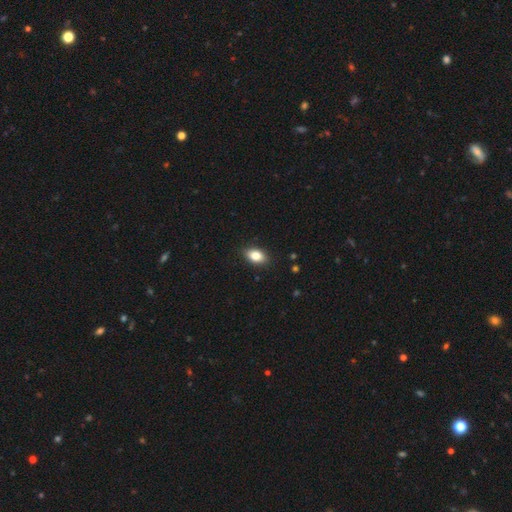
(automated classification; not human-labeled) Overall: smooth (84%). How rounded: in between (86%). Merging: none (88%).